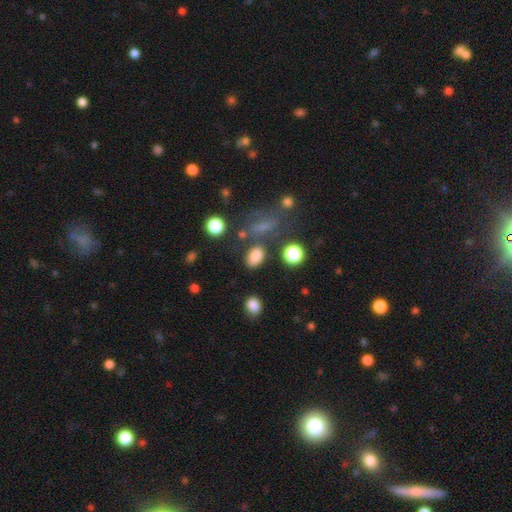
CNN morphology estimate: Overall: smooth (81%). How rounded: in between (83%). Merging: none (73%).